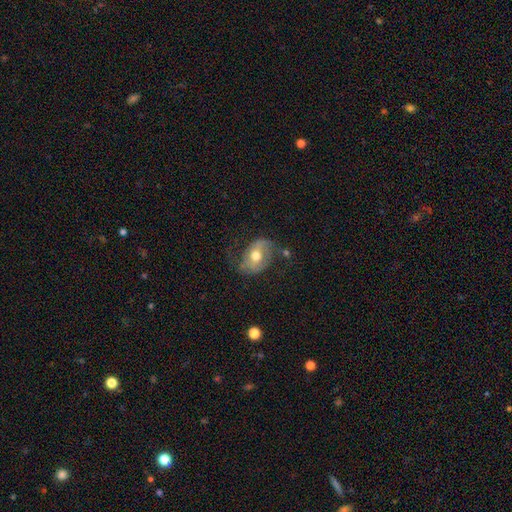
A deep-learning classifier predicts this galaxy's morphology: Overall: featured or disk (62%; smooth 30%). Edge-on disk: no (95%). Bar: no (47%; weak 35%). Spiral arms: yes (74%). Bulge size: moderate (75%). Merging: none (57%; minor disturbance 25%).